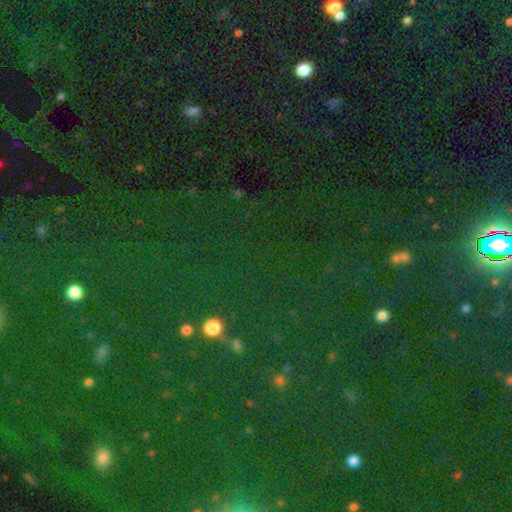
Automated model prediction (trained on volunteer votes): Smooth or featured? star or artifact (79%)